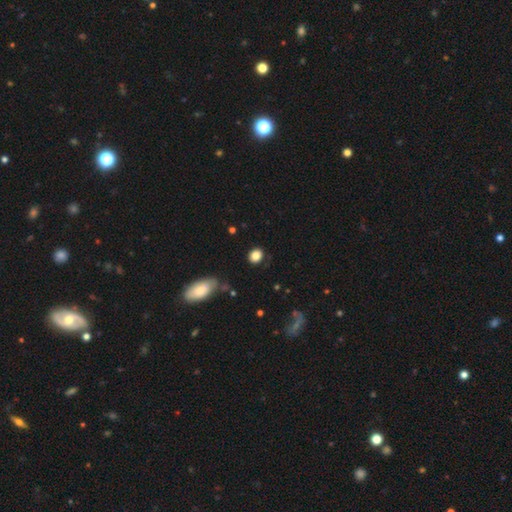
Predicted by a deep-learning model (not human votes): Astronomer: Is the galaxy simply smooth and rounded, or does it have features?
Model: smooth — 85%.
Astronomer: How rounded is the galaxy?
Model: round — 64%.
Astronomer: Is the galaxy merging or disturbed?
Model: none — 84%.